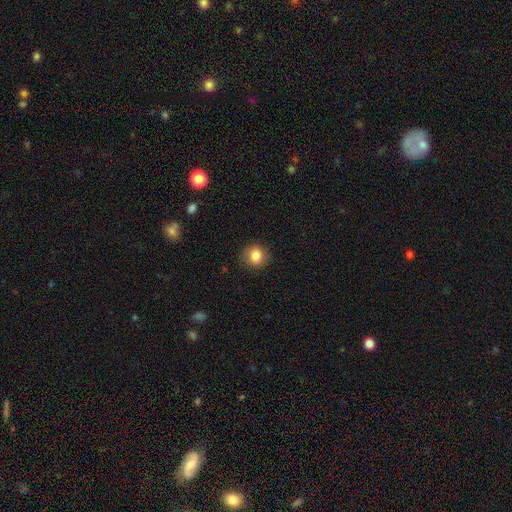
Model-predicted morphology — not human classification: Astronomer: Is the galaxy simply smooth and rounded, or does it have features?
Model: smooth — 84%.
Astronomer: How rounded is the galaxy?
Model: round — 83%.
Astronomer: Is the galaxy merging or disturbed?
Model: none — 88%.